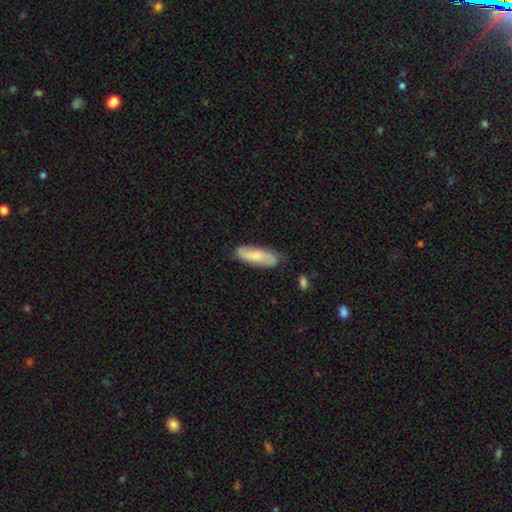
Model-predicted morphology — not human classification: Smooth or featured? smooth (66%)
How rounded? in between (53%)
Merging? none (75%)